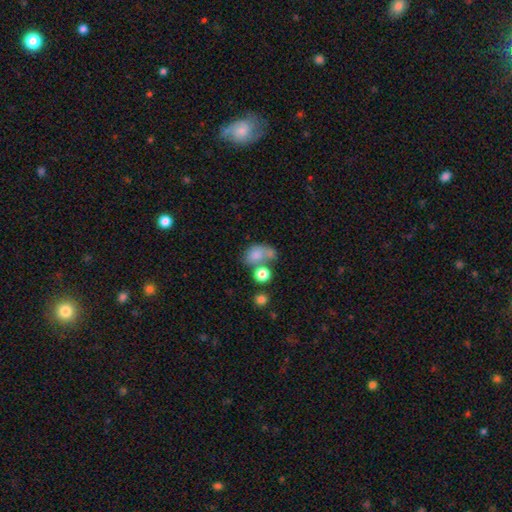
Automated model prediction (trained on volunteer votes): Smooth or featured? smooth (72%)
How rounded? in between (69%)
Merging? merger (37%)